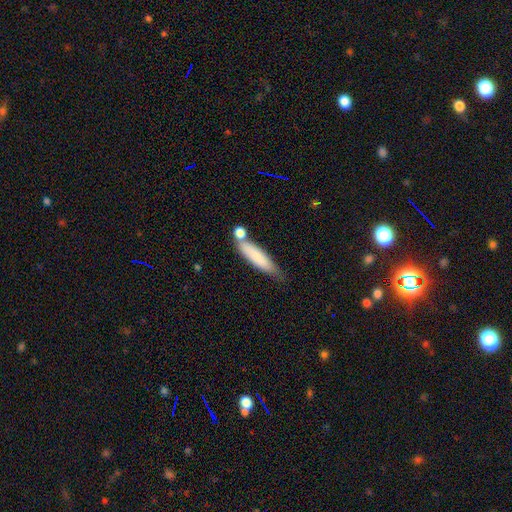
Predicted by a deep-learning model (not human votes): A smooth galaxy with no disk features (76%) that is cigar-shaped (71%).

Vote fractions:
- Smooth or featured? smooth: 76% / featured or disk: 17% / star or artifact: 7%
- How rounded? cigar-shaped: 71% / in between: 27% / round: 2%
- Merging? none: 53% / minor disturbance: 21% / merger: 20% / major disturbance: 6%